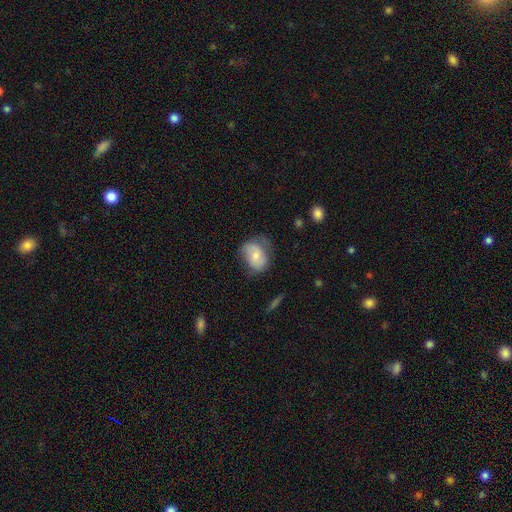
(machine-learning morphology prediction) Smooth or featured? smooth (60%)
How rounded? in between (62%)
Merging? none (49%)